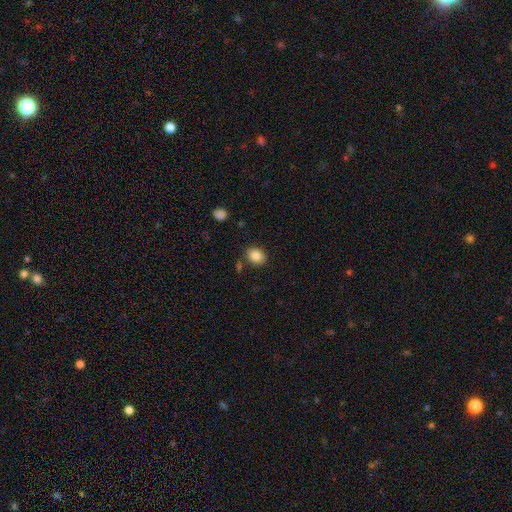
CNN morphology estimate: smooth-or-featured: smooth: 86% | star or artifact: 9% | featured or disk: 5%
  how-rounded: in between: 60% | round: 39% | cigar-shaped: 1%
  merging: none: 81% | minor disturbance: 11% | merger: 5% | major disturbance: 3%